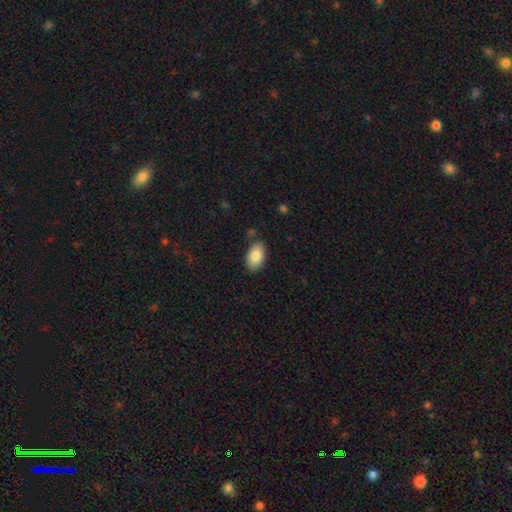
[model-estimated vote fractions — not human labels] smooth 85%, featured or disk 9%, star or artifact 7%. Down the decision tree: how rounded — in between (93%); merging — none (82%).